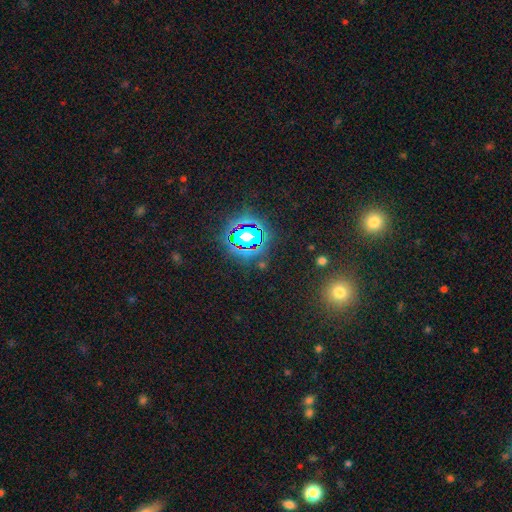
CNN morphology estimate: Q: Smooth or featured?
A: star or artifact (78%); runner-up: smooth (15%)